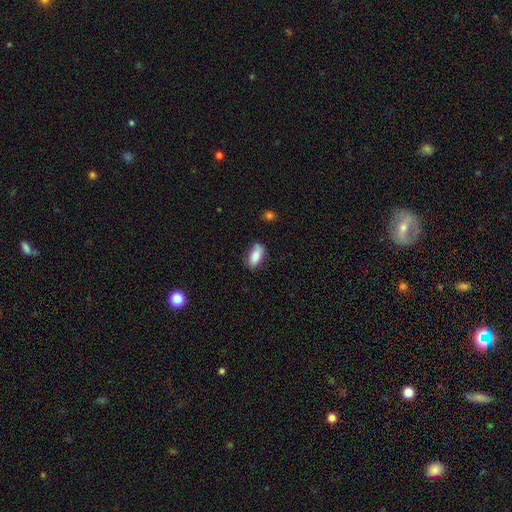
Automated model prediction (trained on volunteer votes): Smooth or featured?
  - smooth: 84% *
  - featured or disk: 9%
  - star or artifact: 7%
How rounded?
  - in between: 86% *
  - cigar-shaped: 11%
  - round: 3%
Merging?
  - none: 77% *
  - minor disturbance: 18%
  - major disturbance: 3%
  - merger: 1%